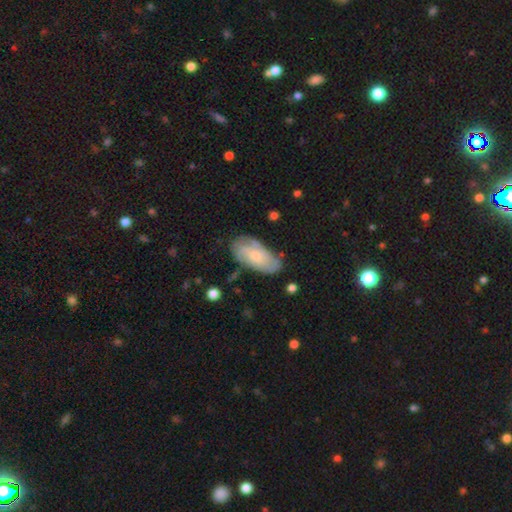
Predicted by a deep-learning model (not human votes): A featured or disk galaxy (47%). Merging: none (65%).